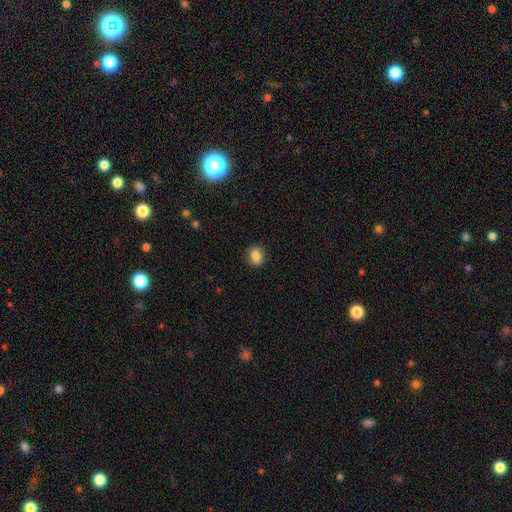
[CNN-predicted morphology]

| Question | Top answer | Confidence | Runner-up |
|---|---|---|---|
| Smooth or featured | smooth | 86% | star or artifact (9%) |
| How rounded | round | 51% | in between (48%) |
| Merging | none | 87% | minor disturbance (9%) |